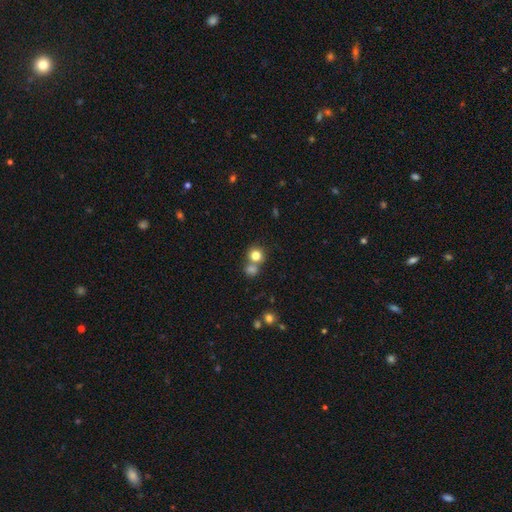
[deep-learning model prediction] smooth 80%, star or artifact 12%, featured or disk 8%. Down the decision tree: how rounded — round (87%); merging — none (54%).